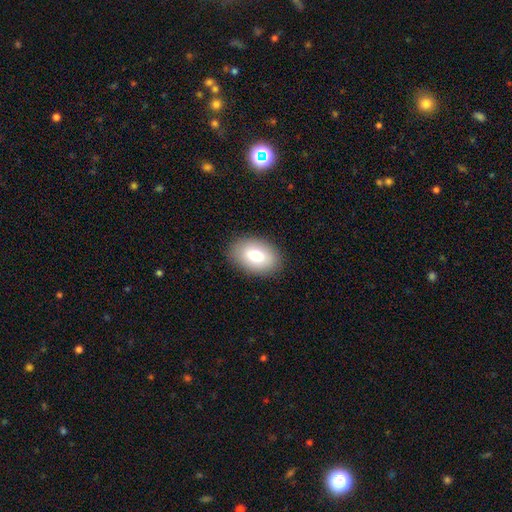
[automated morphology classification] smooth-or-featured: smooth: 77% | featured or disk: 15% | star or artifact: 8%
  how-rounded: in between: 89% | round: 10% | cigar-shaped: 1%
  merging: none: 88% | minor disturbance: 9% | major disturbance: 3% | merger: 1%